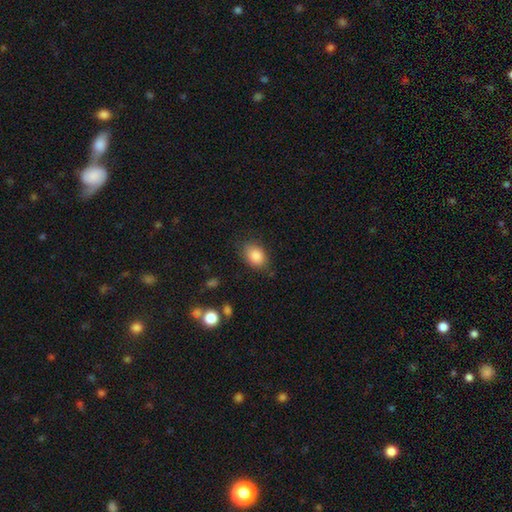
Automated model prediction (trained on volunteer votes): Morphology: type=smooth (87%); roundness=in between (77%); merging=none (76%).